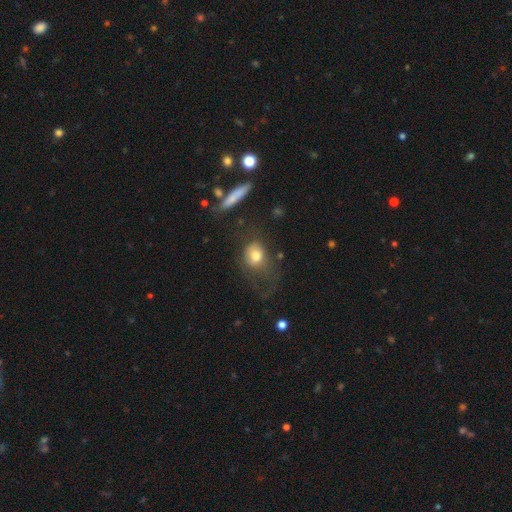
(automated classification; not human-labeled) Smooth or featured? Predicted: smooth (p=0.72). How rounded? Predicted: in between (p=0.55). Merging? Predicted: major disturbance (p=0.43).